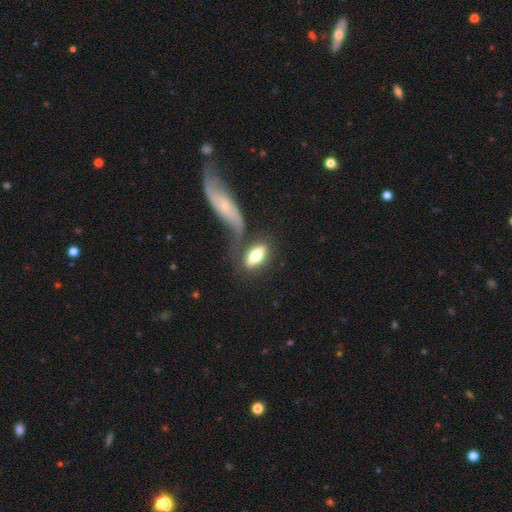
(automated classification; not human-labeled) Smooth or featured: smooth — 64% (featured or disk — 29%)
How rounded: in between — 80% (cigar-shaped — 16%)
Merging: none — 44% (merger — 32%)